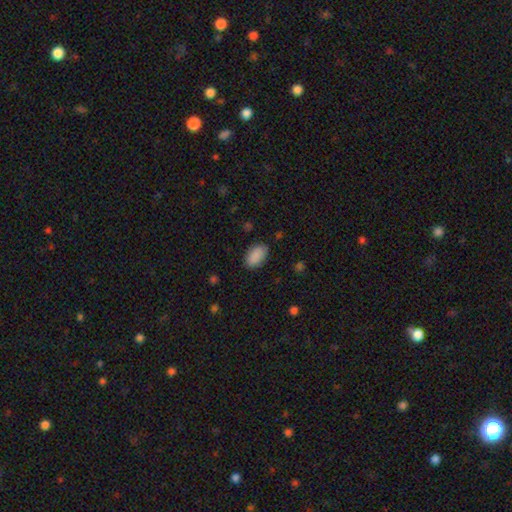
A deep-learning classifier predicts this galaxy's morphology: smooth 89%, star or artifact 7%, featured or disk 4%. Down the decision tree: how rounded — in between (93%); merging — none (83%).